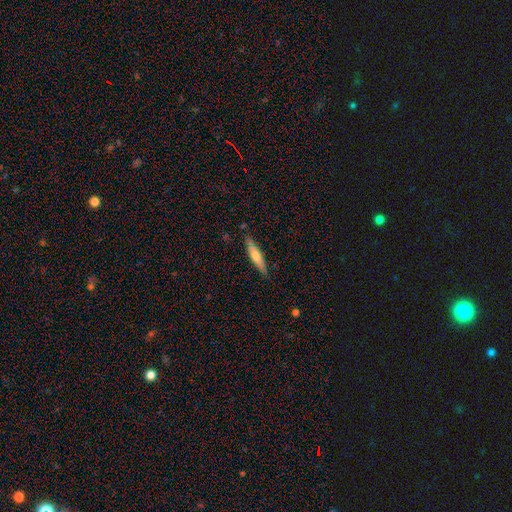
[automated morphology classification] A smooth galaxy with no disk features (52%) that is cigar-shaped (85%).

Vote fractions:
- Smooth or featured? smooth: 52% / featured or disk: 42% / star or artifact: 6%
- How rounded? cigar-shaped: 85% / in between: 14% / round: 2%
- Merging? none: 83% / minor disturbance: 13% / major disturbance: 2% / merger: 2%